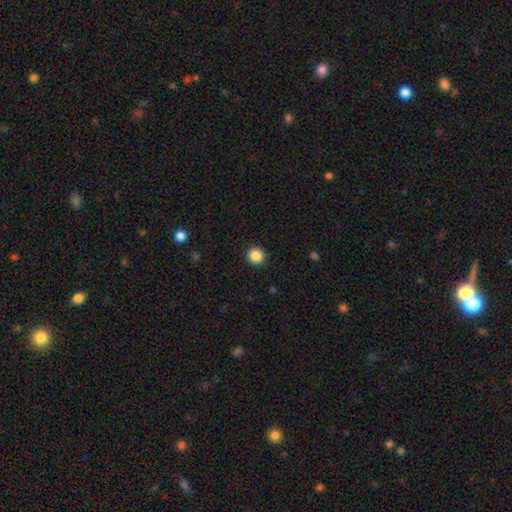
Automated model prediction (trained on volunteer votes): The model was most divided on "smooth or featured": smooth: 86%, star or artifact: 10%, featured or disk: 3%. More confident: how rounded — round (95%); merging — none (92%).